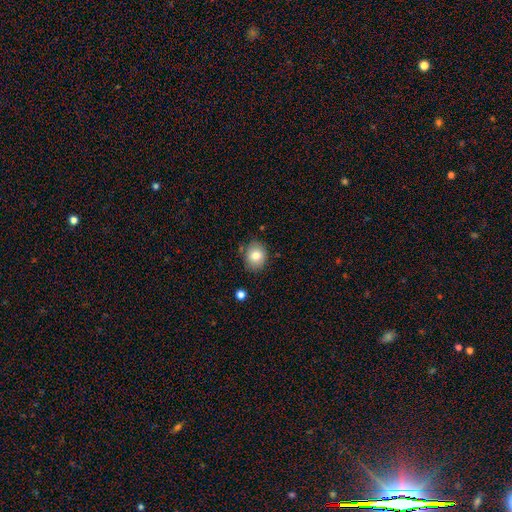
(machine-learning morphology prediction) smooth 80%, featured or disk 11%, star or artifact 9%. Down the decision tree: how rounded — round (63%); merging — none (82%).